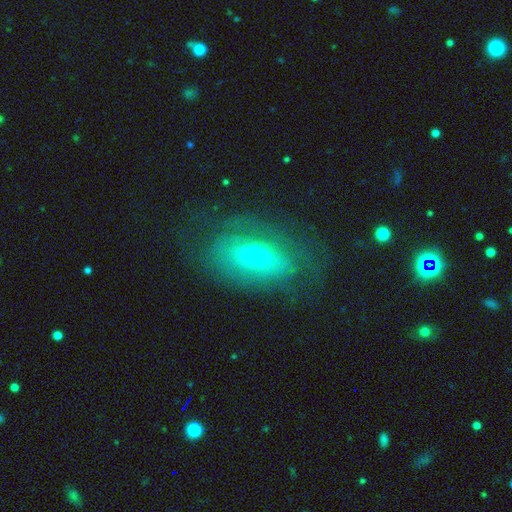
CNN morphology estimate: This appears to be a featured or disk galaxy (48%). Merging: none (61%).